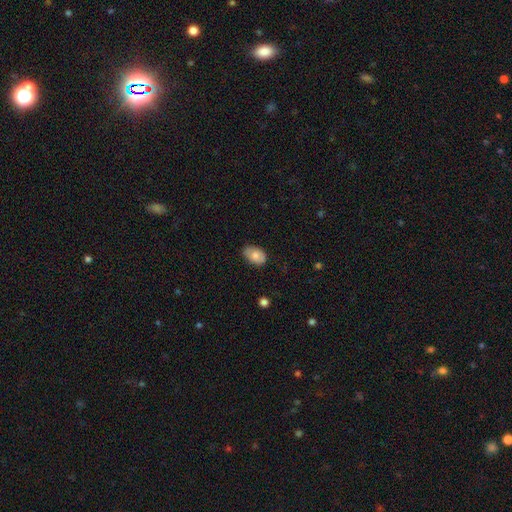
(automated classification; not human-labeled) The model was most divided on "merging": none: 74%, minor disturbance: 22%, major disturbance: 3%, merger: 1%. More confident: how rounded — in between (89%); smooth or featured — smooth (74%).